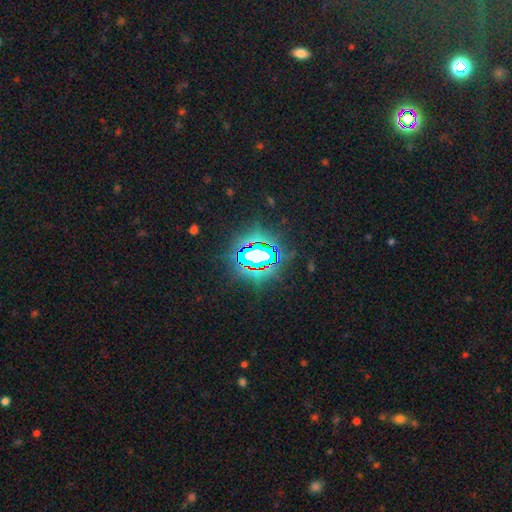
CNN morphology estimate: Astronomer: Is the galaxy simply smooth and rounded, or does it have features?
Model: star or artifact — 73%.